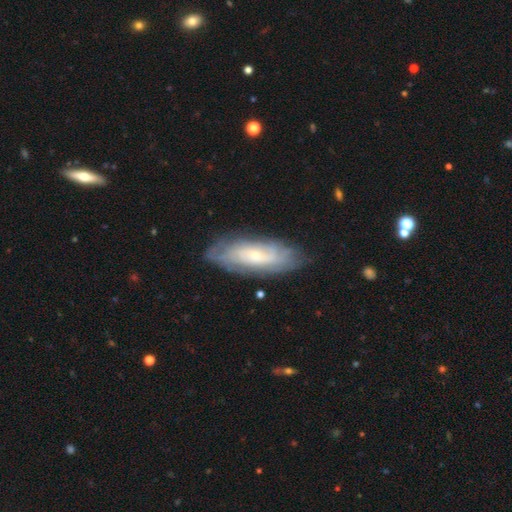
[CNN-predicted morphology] A featured or disk galaxy (65%) with no bar (70%), spiral arms (79%) and a small central bulge (71%).

Vote fractions:
- Smooth or featured? featured or disk: 65% / smooth: 28% / star or artifact: 7%
- Edge-on disk? no: 80% / yes: 20%
- Bar? no: 70% / weak: 24% / strong: 6%
- Spiral arms? yes: 79% / no: 21%
- Bulge size? small: 71% / moderate: 24% / none: 2% / large: 2% / dominant: 1%
- Merging? none: 77% / minor disturbance: 17% / major disturbance: 5% / merger: 2%